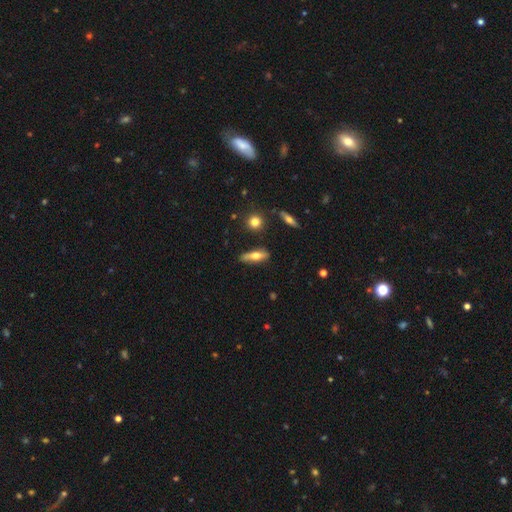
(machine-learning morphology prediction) A smooth galaxy with no disk features (56%) that is cigar-shaped (59%). Merging: none (80%).